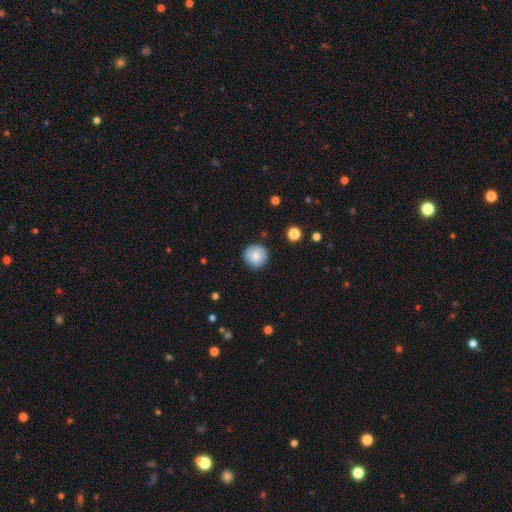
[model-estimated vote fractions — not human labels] Morphology: type=smooth (82%); roundness=round (95%); merging=none (88%).